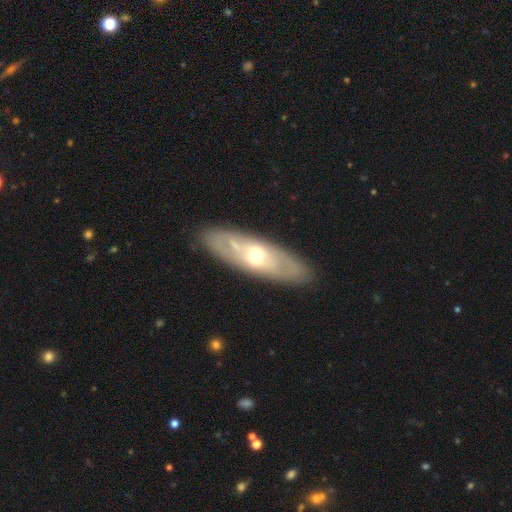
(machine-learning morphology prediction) A featured or disk galaxy (62%).

Vote fractions:
- Smooth or featured? featured or disk: 62% / smooth: 33% / star or artifact: 6%
- Edge-on disk? no: 73% / yes: 27%
- Merging? none: 85% / minor disturbance: 10% / major disturbance: 3% / merger: 1%